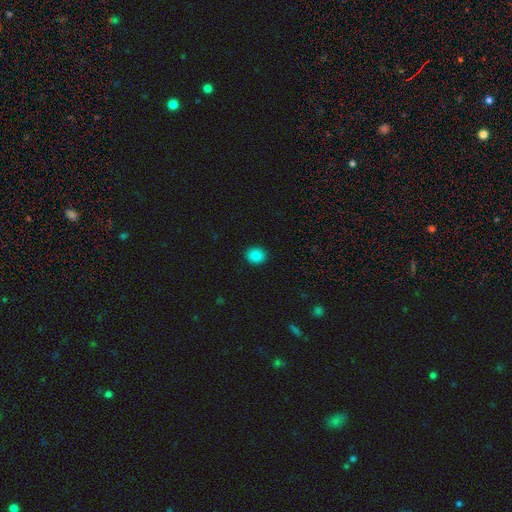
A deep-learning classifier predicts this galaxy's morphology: This is clearly a smooth galaxy (86%). How rounded: likely round (71%). Merging: clearly none (91%).